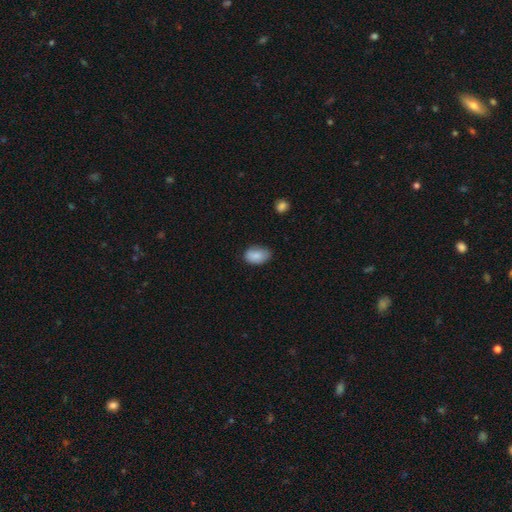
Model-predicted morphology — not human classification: Smooth or featured? Predicted: smooth (p=0.86). How rounded? Predicted: in between (p=0.89). Merging? Predicted: none (p=0.72).